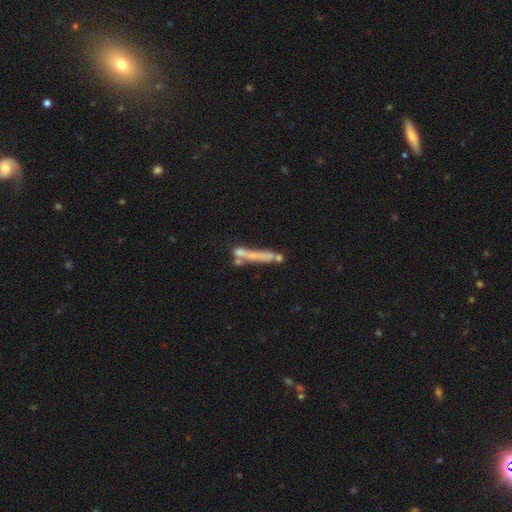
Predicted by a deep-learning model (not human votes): A featured or disk galaxy (47%).

Vote fractions:
- Smooth or featured? featured or disk: 47% / smooth: 41% / star or artifact: 12%
- Merging? none: 47% / merger: 24% / minor disturbance: 17% / major disturbance: 11%